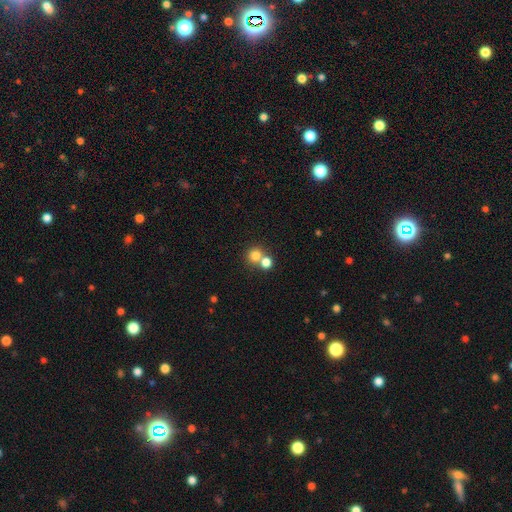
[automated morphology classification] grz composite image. It shows a smooth galaxy with no disk features (78%) that is round (87%). Merging: none (47%).